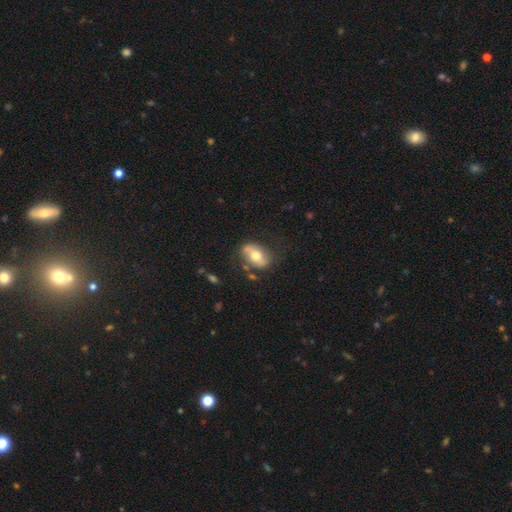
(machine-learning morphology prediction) Overall: smooth (55%; featured or disk 39%). How rounded: in between (83%). Merging: none (69%).